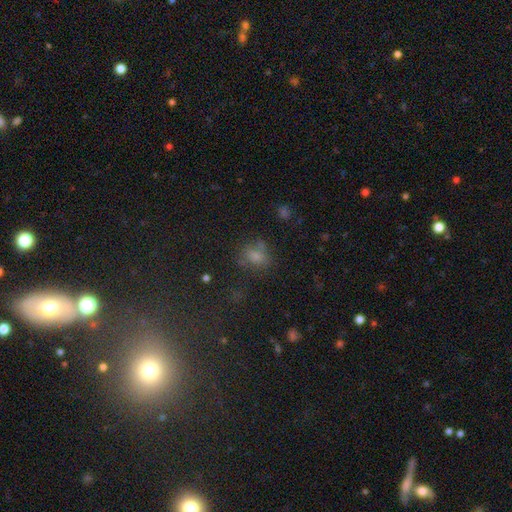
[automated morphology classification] This appears to be a smooth galaxy with no disk features (71%) that is in between round and cigar-shaped (49%, tied with round). Merging: none (58%).